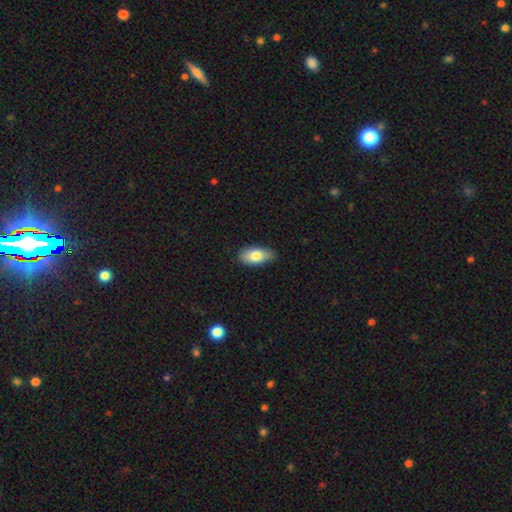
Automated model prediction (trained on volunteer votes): smooth-or-featured: smooth: 78% | featured or disk: 15% | star or artifact: 7%
  how-rounded: in between: 91% | cigar-shaped: 5% | round: 4%
  merging: none: 81% | minor disturbance: 16% | major disturbance: 2% | merger: 1%